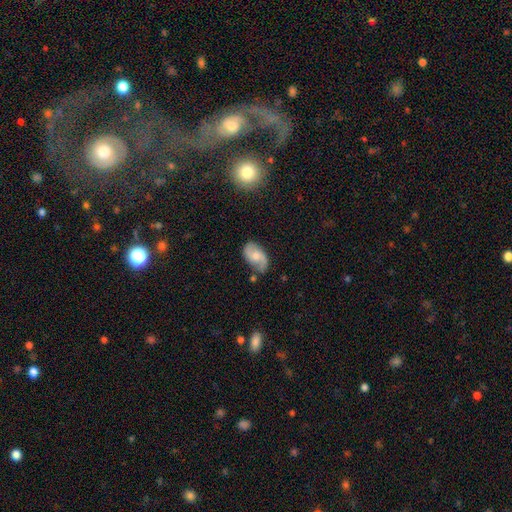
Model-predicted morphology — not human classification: Smooth or featured? Predicted: featured or disk (p=0.61). Edge-on disk? Predicted: no (p=0.96). Bar? Predicted: no (p=0.54). Spiral arms? Predicted: yes (p=0.91). Spiral winding? Predicted: loose (p=0.48). Spiral arm count? Predicted: 2 (p=0.87). Bulge size? Predicted: moderate (p=0.46). Merging? Predicted: none (p=0.68).